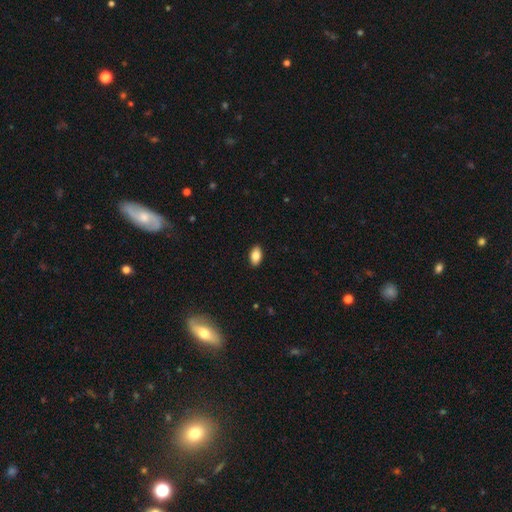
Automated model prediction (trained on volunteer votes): smooth-or-featured: smooth: 84% | featured or disk: 9% | star or artifact: 8%
  how-rounded: in between: 92% | round: 5% | cigar-shaped: 3%
  merging: none: 90% | minor disturbance: 7% | major disturbance: 2% | merger: 1%